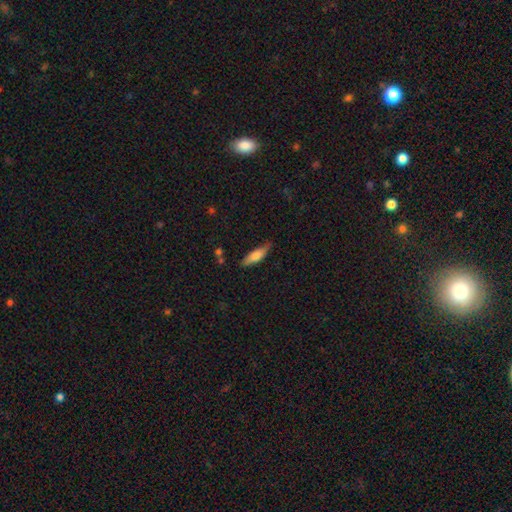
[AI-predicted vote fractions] Smooth or featured?
  - smooth: 70% *
  - featured or disk: 24%
  - star or artifact: 6%
How rounded?
  - cigar-shaped: 61% *
  - in between: 37%
  - round: 2%
Merging?
  - none: 74% *
  - minor disturbance: 20%
  - major disturbance: 4%
  - merger: 2%